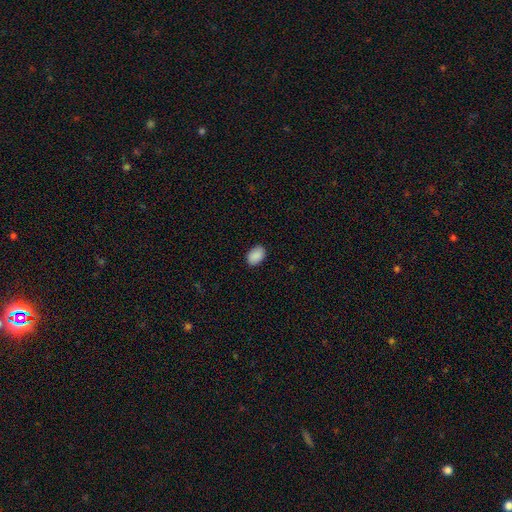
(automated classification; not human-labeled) This appears to be a smooth galaxy with no disk features (90%) that is in between round and cigar-shaped (84%). Merging: none (88%).